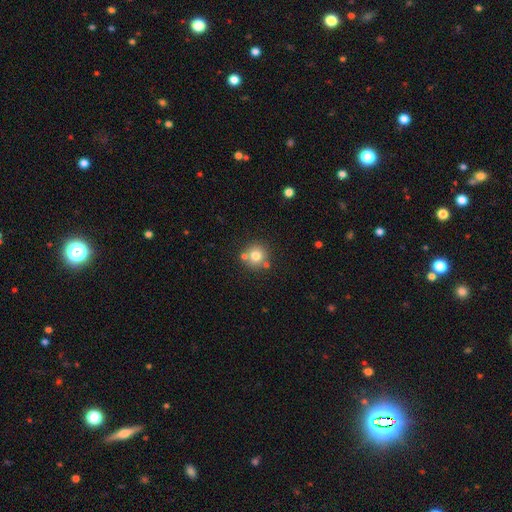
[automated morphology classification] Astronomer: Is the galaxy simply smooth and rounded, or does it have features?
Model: smooth — 76%.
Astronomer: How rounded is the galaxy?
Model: round — 93%.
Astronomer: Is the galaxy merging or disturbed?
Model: none — 74%.